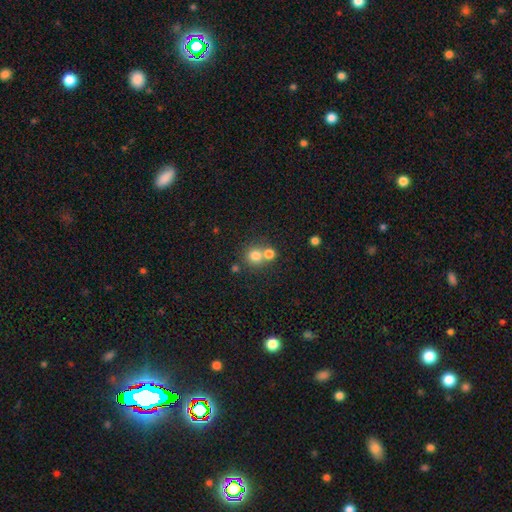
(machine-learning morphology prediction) smooth-or-featured: smooth: 77% | star or artifact: 13% | featured or disk: 10%
  how-rounded: round: 88% | in between: 11% | cigar-shaped: 1%
  merging: none: 50% | merger: 41% | minor disturbance: 6% | major disturbance: 3%